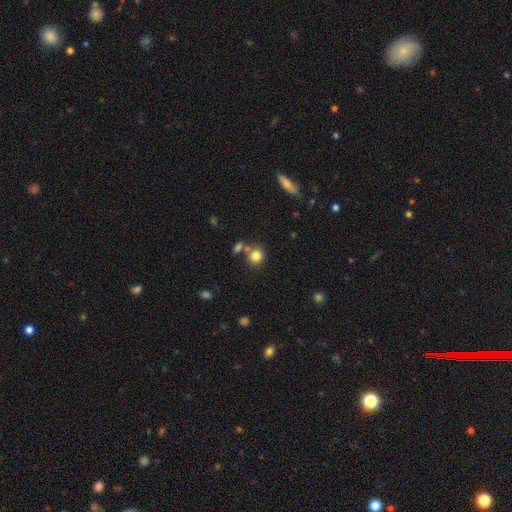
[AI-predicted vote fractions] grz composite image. It shows a smooth galaxy with no disk features (82%) that is round (82%). Merging: none (65%).